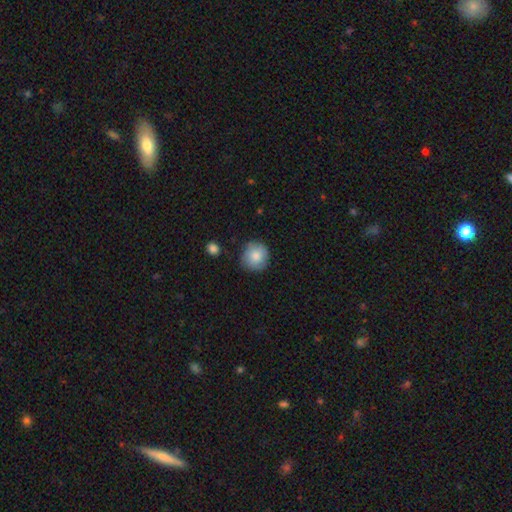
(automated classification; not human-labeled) Q: Smooth or featured?
A: smooth (84%); runner-up: featured or disk (9%)
Q: How rounded?
A: round (92%); runner-up: in between (7%)
Q: Merging?
A: none (82%); runner-up: minor disturbance (13%)